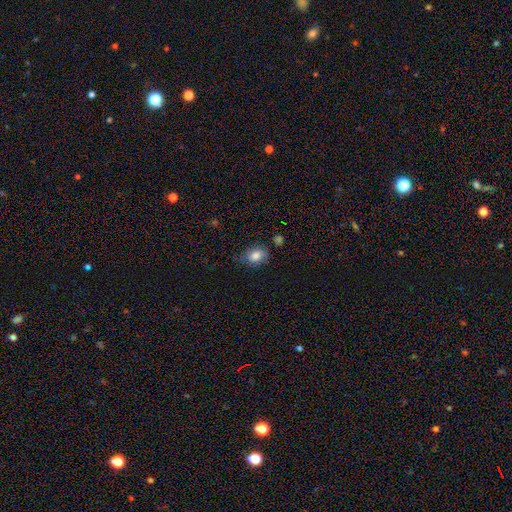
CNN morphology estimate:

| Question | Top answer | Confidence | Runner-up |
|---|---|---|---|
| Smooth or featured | smooth | 76% | featured or disk (15%) |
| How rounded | in between | 72% | round (27%) |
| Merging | none | 64% | minor disturbance (26%) |